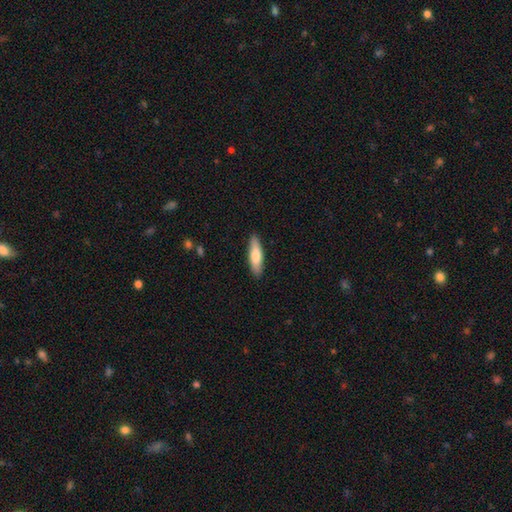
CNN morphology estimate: Q: Smooth or featured?
A: smooth (75%); runner-up: featured or disk (20%)
Q: How rounded?
A: cigar-shaped (64%); runner-up: in between (34%)
Q: Merging?
A: none (89%); runner-up: minor disturbance (8%)